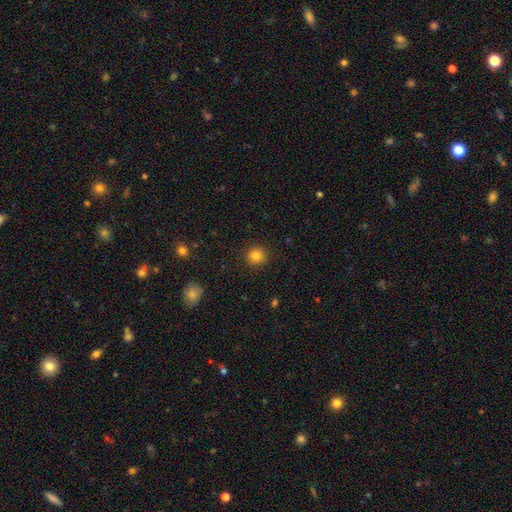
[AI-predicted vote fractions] Smooth or featured? Predicted: smooth (p=0.84). How rounded? Predicted: round (p=0.90). Merging? Predicted: none (p=0.91).